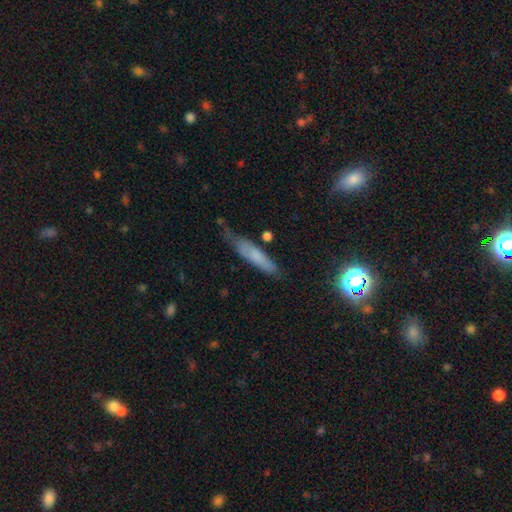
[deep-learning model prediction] This is likely a smooth galaxy (64%). How rounded: likely cigar-shaped (78%). Merging: possibly none (55%).